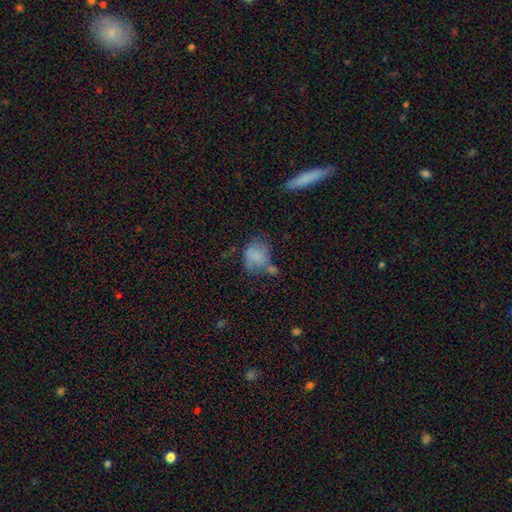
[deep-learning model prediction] A smooth galaxy with no disk features (69%) that is round (53%).

Vote fractions:
- Smooth or featured? smooth: 69% / featured or disk: 20% / star or artifact: 11%
- How rounded? round: 53% / in between: 46% / cigar-shaped: 1%
- Merging? none: 32% / minor disturbance: 25% / major disturbance: 21% / merger: 21%